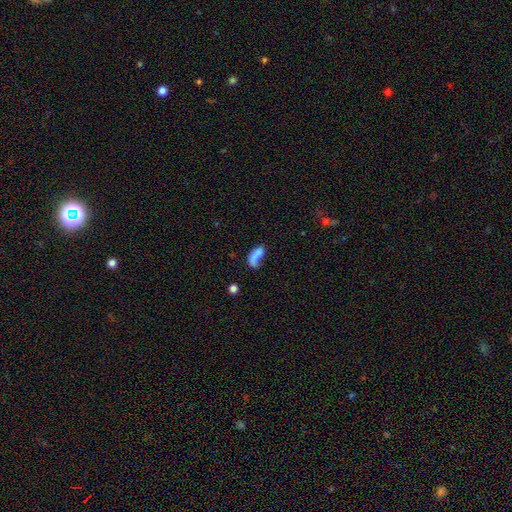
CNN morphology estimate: smooth_or_featured: smooth (p=0.65) [alt: featured or disk p=0.24]
how_rounded: in between (p=0.80) [alt: cigar-shaped p=0.15]
merging: none (p=0.29) [alt: major disturbance p=0.26]